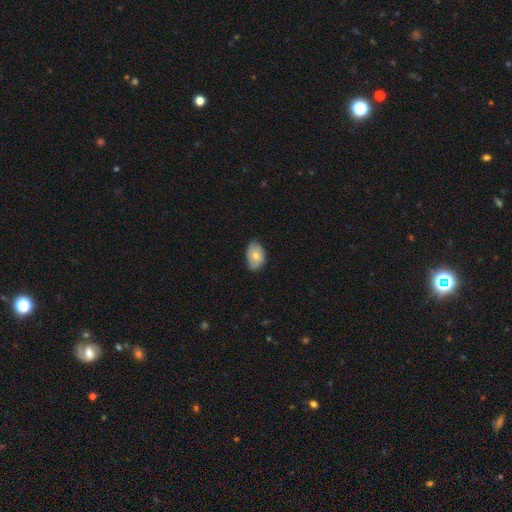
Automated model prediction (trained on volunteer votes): The model was most divided on "smooth or featured": smooth: 65%, featured or disk: 28%, star or artifact: 7%. More confident: how rounded — in between (86%); merging — none (73%).